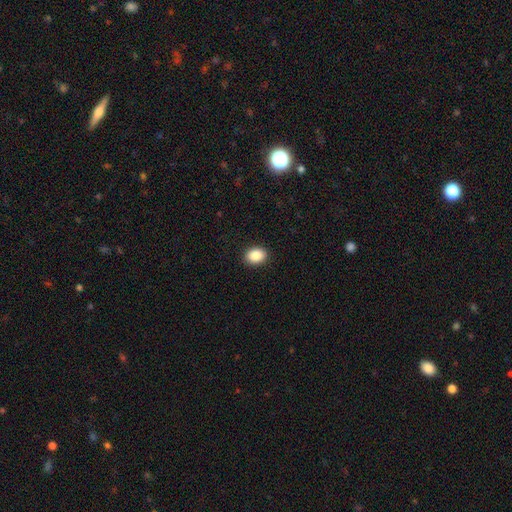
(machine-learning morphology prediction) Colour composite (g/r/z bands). It shows a smooth galaxy with no disk features (88%) that is in between round and cigar-shaped (64%). Merging: none (91%).